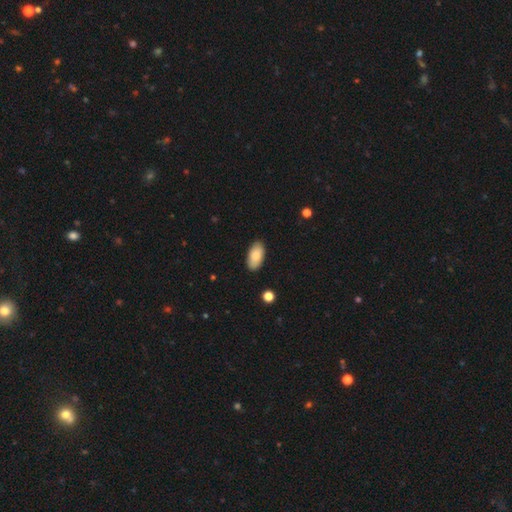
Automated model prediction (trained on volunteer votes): This is clearly a smooth galaxy (87%). How rounded: clearly in between (95%). Merging: clearly none (88%).